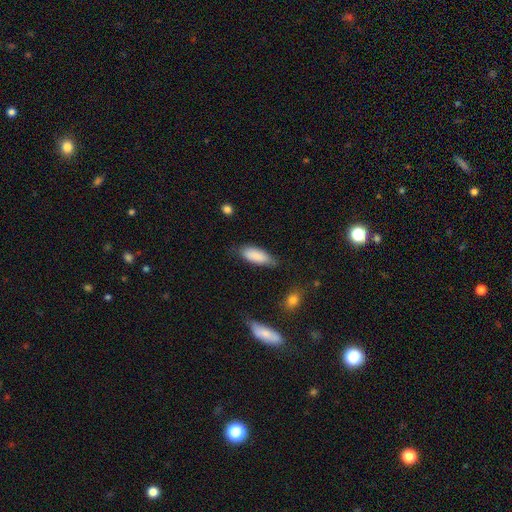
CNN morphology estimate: smooth-or-featured: smooth: 86% | featured or disk: 8% | star or artifact: 6%
  how-rounded: in between: 75% | cigar-shaped: 23% | round: 2%
  merging: none: 67% | minor disturbance: 25% | major disturbance: 5% | merger: 2%